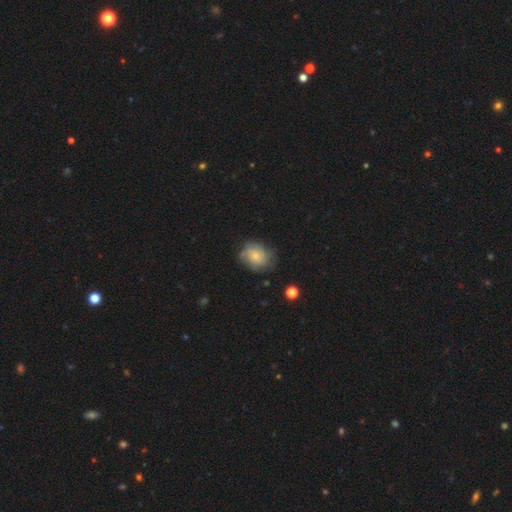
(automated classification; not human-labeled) The model was most divided on "smooth or featured": featured or disk: 51%, smooth: 41%, star or artifact: 8%. More confident: edge-on disk — no (97%); merging — none (63%).